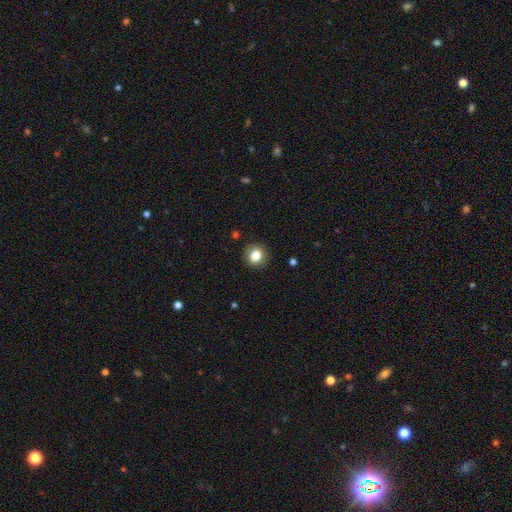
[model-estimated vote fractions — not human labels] smooth-or-featured: smooth: 82% | star or artifact: 10% | featured or disk: 8%
  how-rounded: round: 82% | in between: 17% | cigar-shaped: 1%
  merging: none: 90% | minor disturbance: 7% | major disturbance: 2% | merger: 1%